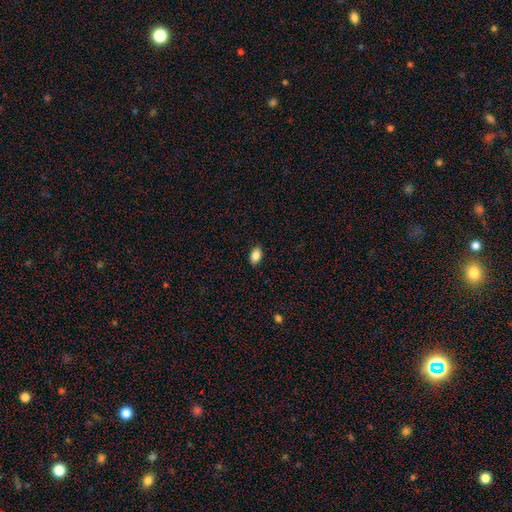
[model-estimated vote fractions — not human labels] Smooth or featured? Predicted: smooth (p=0.86). How rounded? Predicted: in between (p=0.90). Merging? Predicted: none (p=0.87).